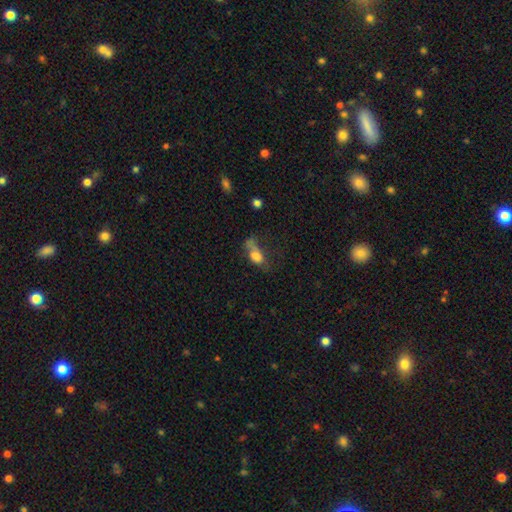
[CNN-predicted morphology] Smooth or featured: smooth — 66% (featured or disk — 22%)
How rounded: in between — 76% (round — 12%)
Merging: major disturbance — 41% (none — 24%)